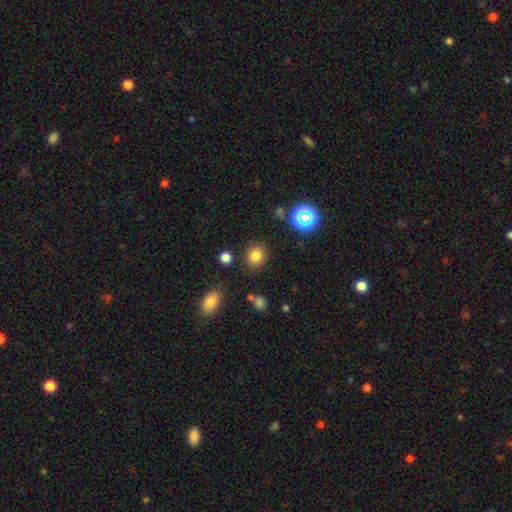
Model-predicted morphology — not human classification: Overall: smooth (79%). How rounded: round (81%). Merging: none (86%).